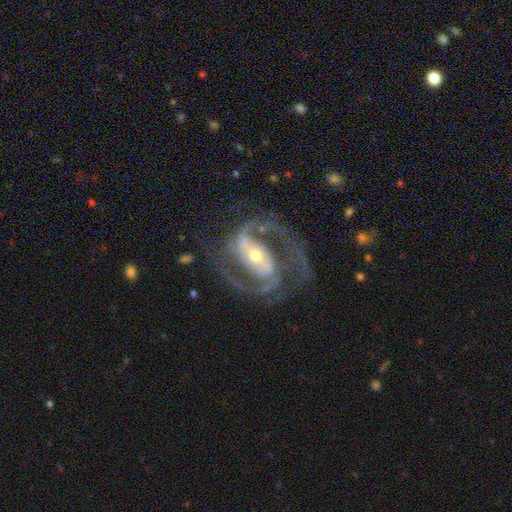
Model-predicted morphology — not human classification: type=featured or disk (91%); edge-on=no (97%); bar=strong (57%); spiral arms=yes (97%); winding=medium (59%); arm count=2 (86%); bulge=moderate (48%); merging=none (71%).